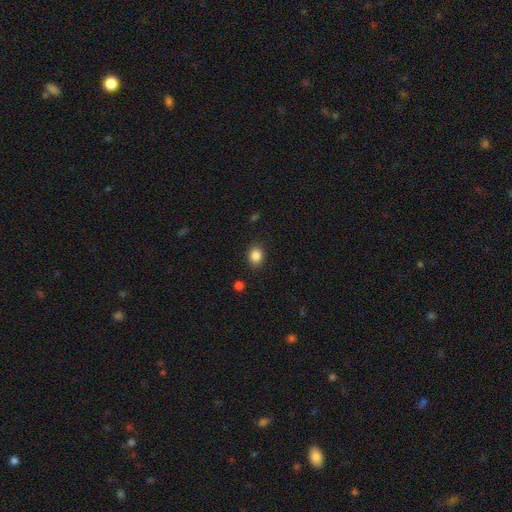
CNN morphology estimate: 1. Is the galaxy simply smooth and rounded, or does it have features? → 85% smooth, 10% star or artifact, 4% featured or disk.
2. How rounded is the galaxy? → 60% round, 40% in between, 1% cigar-shaped.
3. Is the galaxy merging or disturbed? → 88% none, 8% minor disturbance, 2% major disturbance, 1% merger.